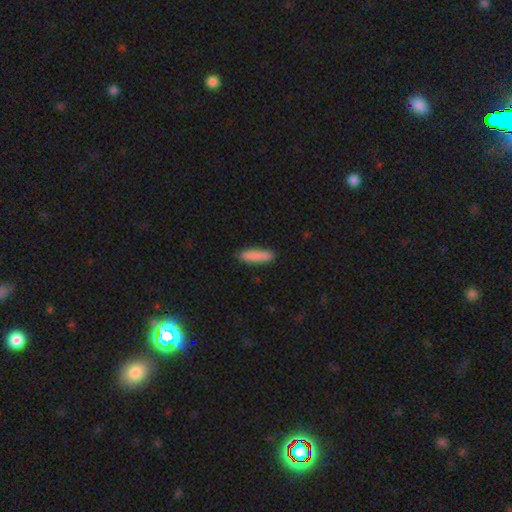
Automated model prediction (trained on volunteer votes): The model was most divided on "how rounded": cigar-shaped: 78%, in between: 21%, round: 1%. More confident: merging — none (89%); smooth or featured — smooth (88%).